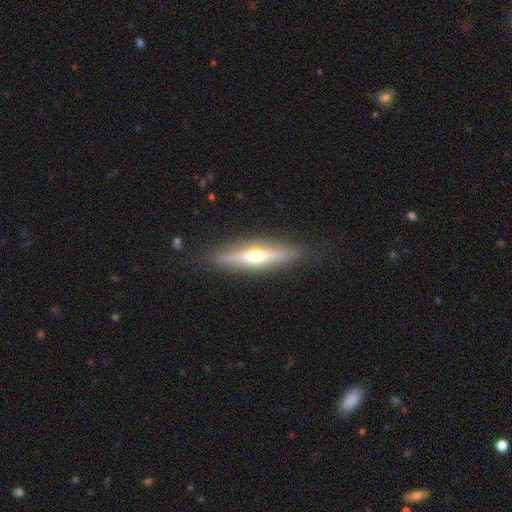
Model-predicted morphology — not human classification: This is likely a featured or disk galaxy (65%). It is clearly viewed edge-on (93%). Edge-on bulge: clearly rounded (91%). Merging: clearly none (88%).